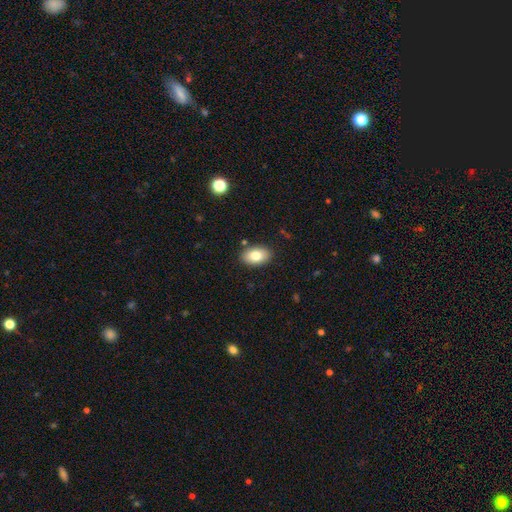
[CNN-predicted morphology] Overall: smooth (80%). How rounded: in between (90%). Merging: none (87%).